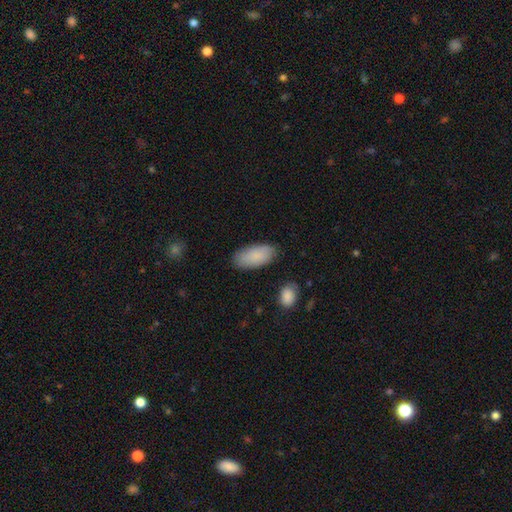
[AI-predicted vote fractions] The model was most divided on "merging": none: 83%, minor disturbance: 12%, major disturbance: 3%, merger: 2%. More confident: how rounded — in between (91%); smooth or featured — smooth (87%).